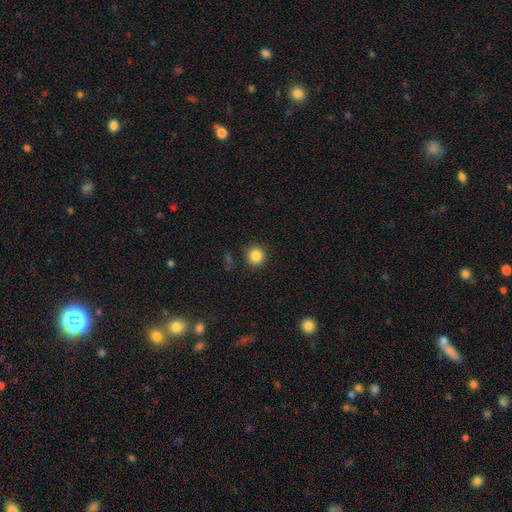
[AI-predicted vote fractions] smooth 85%, star or artifact 11%, featured or disk 4%. Down the decision tree: how rounded — round (93%); merging — none (90%).